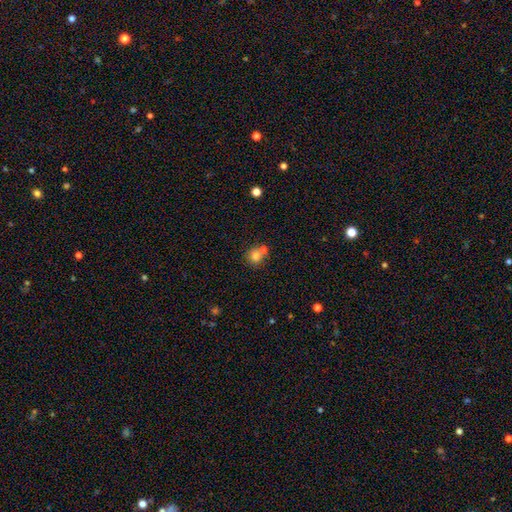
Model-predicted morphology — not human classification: smooth 78%, star or artifact 12%, featured or disk 10%. Down the decision tree: how rounded — round (87%); merging — none (55%).